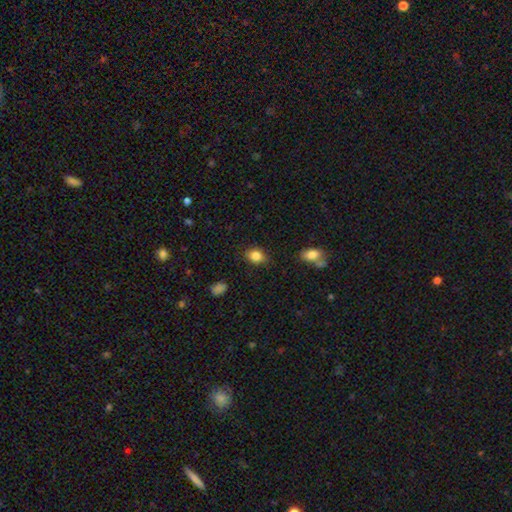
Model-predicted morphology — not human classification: smooth-or-featured: smooth: 85% | star or artifact: 9% | featured or disk: 6%
  how-rounded: in between: 61% | round: 38% | cigar-shaped: 1%
  merging: none: 84% | minor disturbance: 12% | major disturbance: 3% | merger: 2%